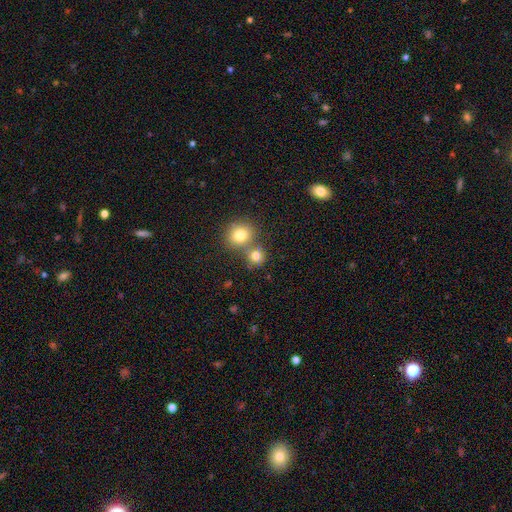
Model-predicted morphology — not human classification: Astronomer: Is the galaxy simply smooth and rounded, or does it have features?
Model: smooth — 79%.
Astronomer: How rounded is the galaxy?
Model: round — 82%.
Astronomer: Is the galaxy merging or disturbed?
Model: none — 51% (runner-up: merger, 39%).